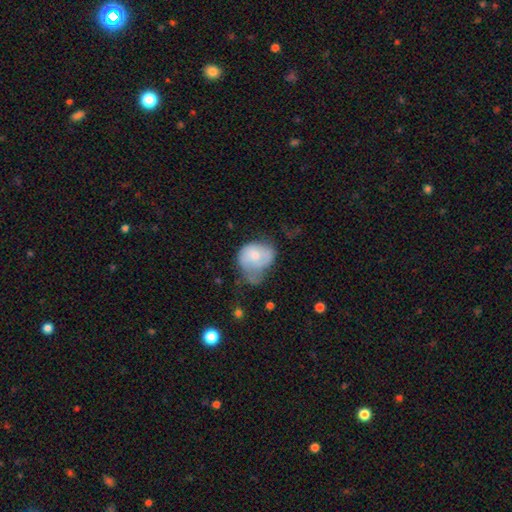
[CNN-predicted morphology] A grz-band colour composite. It shows a smooth galaxy with no disk features (59%) that is in between round and cigar-shaped (51%). Merging: major disturbance (38%).